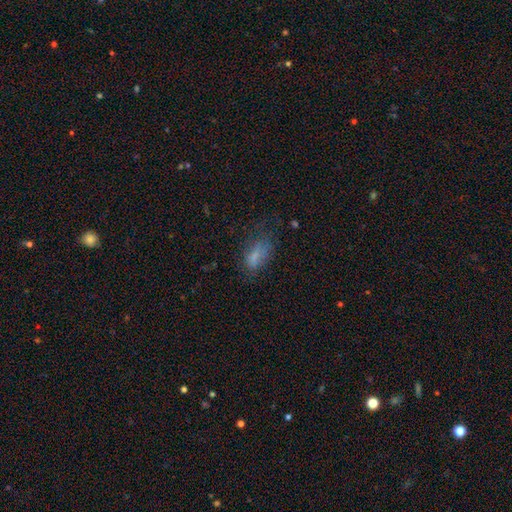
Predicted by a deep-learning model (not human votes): Smooth or featured? smooth (67%)
How rounded? in between (84%)
Merging? none (42%)